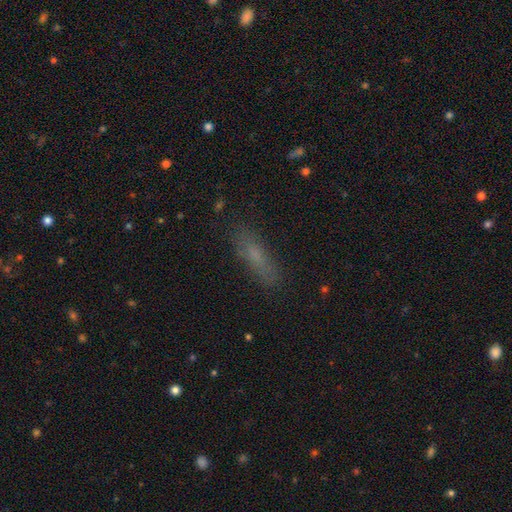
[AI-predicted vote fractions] Smooth or featured? smooth (65%)
How rounded? cigar-shaped (65%)
Merging? none (81%)